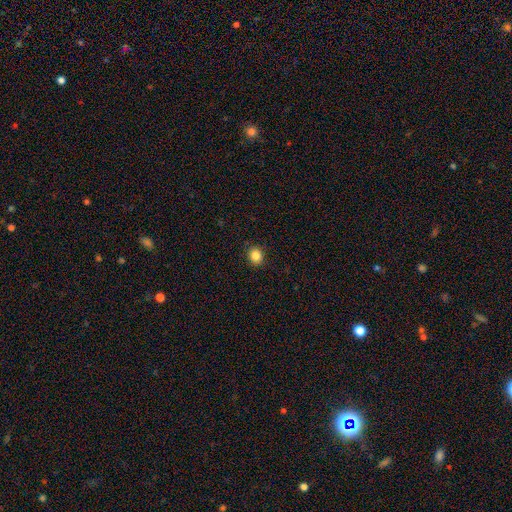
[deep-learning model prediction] A smooth galaxy with no disk features (85%) that is round (75%).

Vote fractions:
- Smooth or featured? smooth: 85% / star or artifact: 11% / featured or disk: 4%
- How rounded? round: 75% / in between: 24% / cigar-shaped: 1%
- Merging? none: 90% / minor disturbance: 7% / major disturbance: 2% / merger: 1%